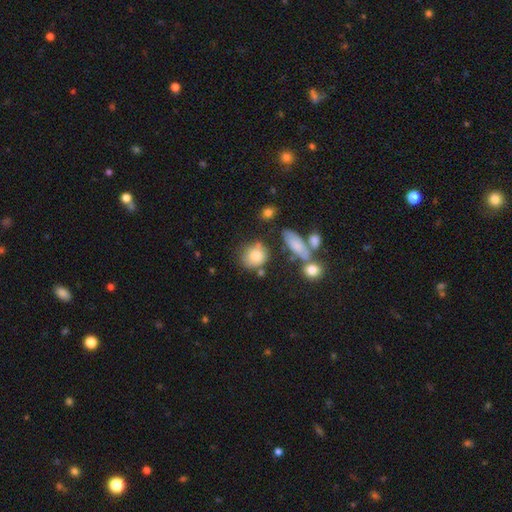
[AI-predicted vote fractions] Smooth or featured?
  - smooth: 78% *
  - featured or disk: 13%
  - star or artifact: 10%
How rounded?
  - round: 68% *
  - in between: 30%
  - cigar-shaped: 2%
Merging?
  - none: 60% *
  - minor disturbance: 19%
  - merger: 14%
  - major disturbance: 7%